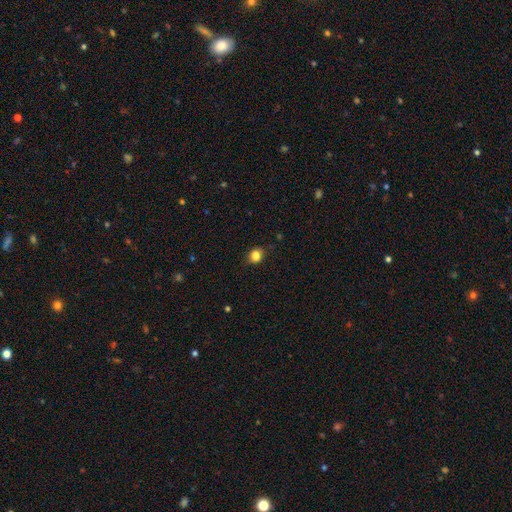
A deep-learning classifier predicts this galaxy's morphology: Smooth or featured?
  - smooth: 82% *
  - star or artifact: 11%
  - featured or disk: 7%
How rounded?
  - round: 65% *
  - in between: 34%
  - cigar-shaped: 1%
Merging?
  - none: 80% *
  - minor disturbance: 16%
  - major disturbance: 3%
  - merger: 1%